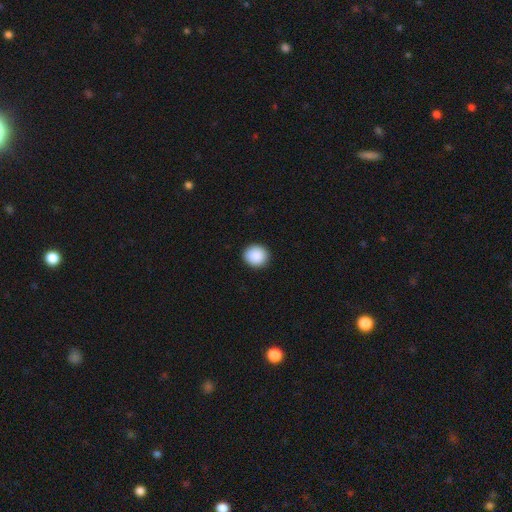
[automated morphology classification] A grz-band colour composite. It shows a smooth galaxy with no disk features (90%) that is round (88%). Merging: none (92%).